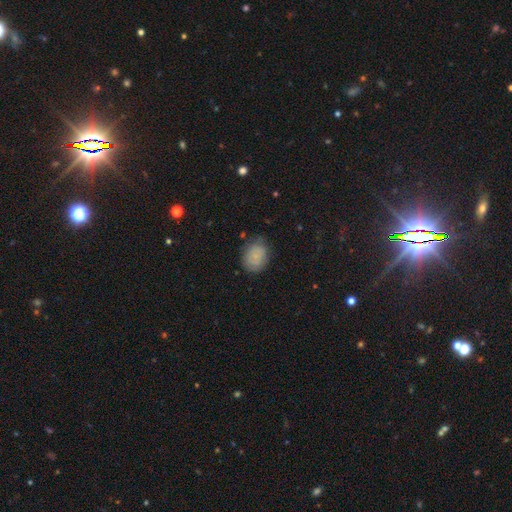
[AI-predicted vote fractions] Smooth or featured?
  - smooth: 79% *
  - featured or disk: 12%
  - star or artifact: 9%
How rounded?
  - in between: 56% *
  - round: 43%
  - cigar-shaped: 1%
Merging?
  - none: 70% *
  - minor disturbance: 22%
  - major disturbance: 6%
  - merger: 2%